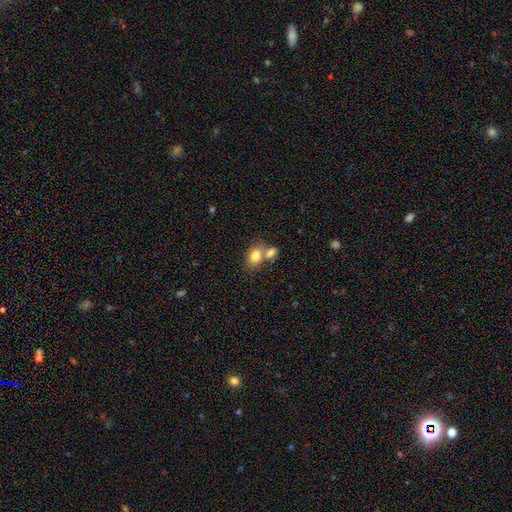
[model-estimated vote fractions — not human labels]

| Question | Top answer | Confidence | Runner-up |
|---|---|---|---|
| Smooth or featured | smooth | 80% | featured or disk (12%) |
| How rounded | in between | 72% | round (27%) |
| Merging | merger | 47% | none (39%) |